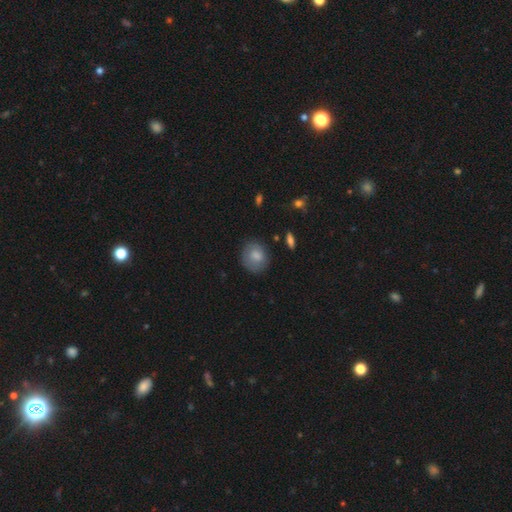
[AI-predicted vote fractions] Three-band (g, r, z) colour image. It shows a smooth galaxy with no disk features (78%) that is round (70%). Merging: none (76%).